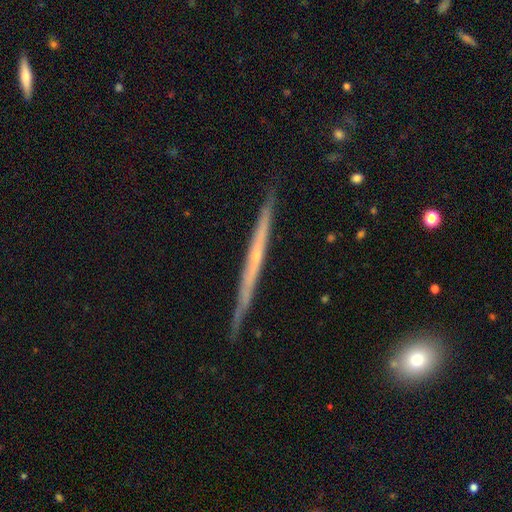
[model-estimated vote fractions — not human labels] Smooth or featured? Predicted: featured or disk (p=0.75). Edge-on disk? Predicted: yes (p=0.97). Edge-on bulge? Predicted: none (p=0.61). Merging? Predicted: none (p=0.87).